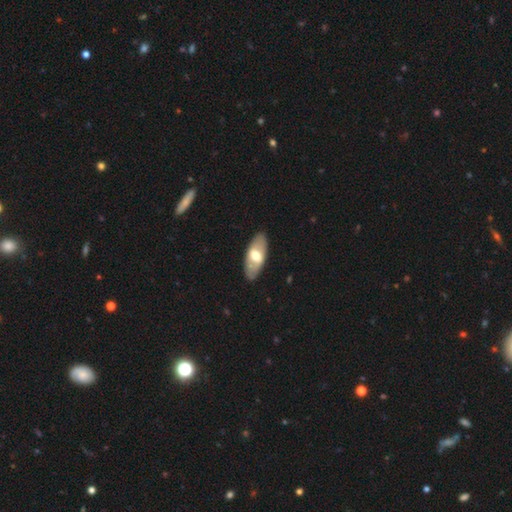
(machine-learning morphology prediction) A smooth galaxy with no disk features (49%).

Vote fractions:
- Smooth or featured? smooth: 49% / featured or disk: 46% / star or artifact: 5%
- Merging? none: 86% / minor disturbance: 10% / major disturbance: 3% / merger: 1%